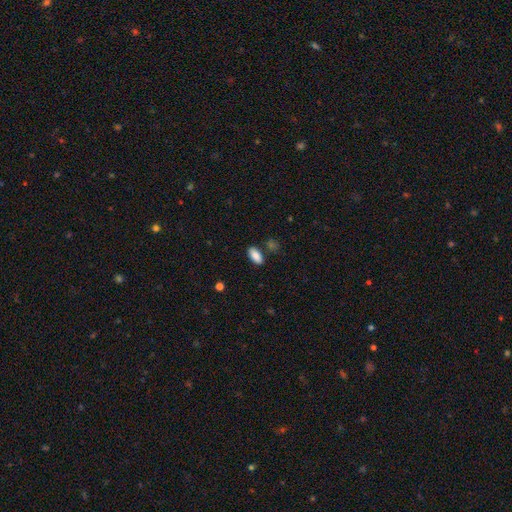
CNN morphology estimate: smooth_or_featured: smooth (p=0.88) [alt: star or artifact p=0.07]
how_rounded: in between (p=0.91) [alt: cigar-shaped p=0.07]
merging: none (p=0.83) [alt: minor disturbance p=0.10]